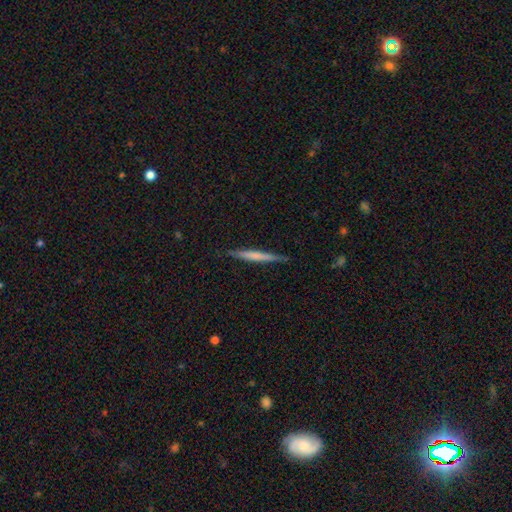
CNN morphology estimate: This appears to be a smooth galaxy with no disk features (54%) that is cigar-shaped (96%). Merging: none (86%).